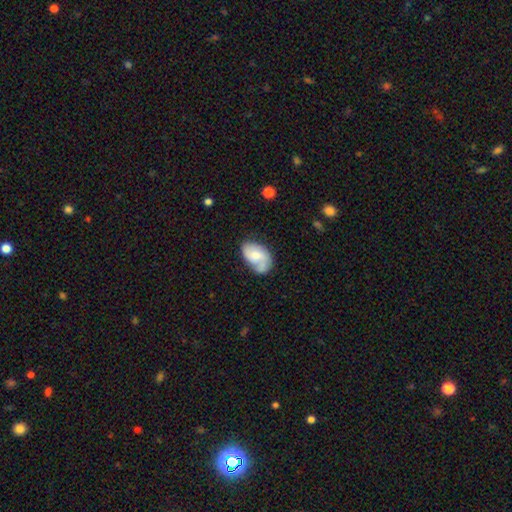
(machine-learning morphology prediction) Smooth or featured?
  - featured or disk: 56% *
  - smooth: 37%
  - star or artifact: 6%
Edge-on disk?
  - no: 96% *
  - yes: 4%
Bar?
  - no: 56% *
  - weak: 38%
  - strong: 6%
Spiral arms?
  - yes: 86% *
  - no: 14%
Bulge size?
  - moderate: 49% *
  - small: 40%
  - none: 5%
  - large: 5%
  - dominant: 1%
Merging?
  - none: 54% *
  - minor disturbance: 29%
  - major disturbance: 11%
  - merger: 6%